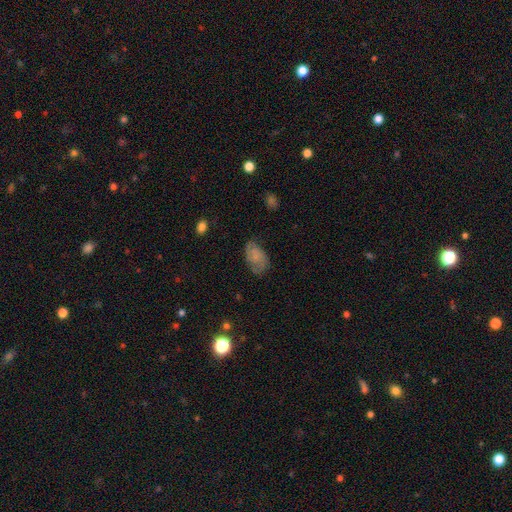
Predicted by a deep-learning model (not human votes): Morphology: type=smooth (53%); roundness=in between (91%); merging=none (61%).